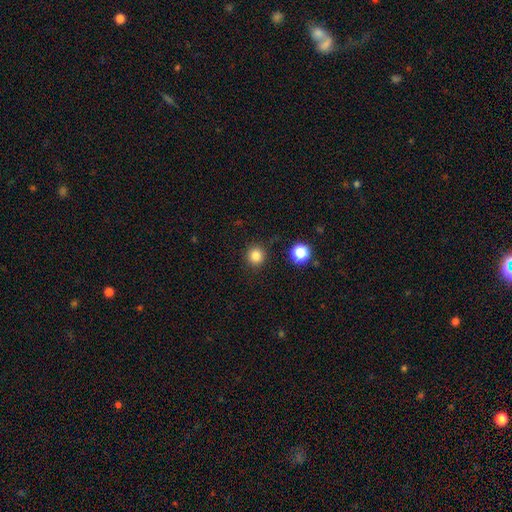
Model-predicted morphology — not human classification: type=smooth (83%); roundness=round (94%); merging=none (90%).